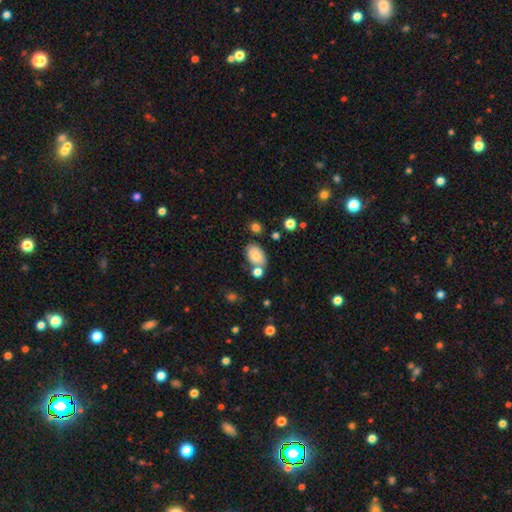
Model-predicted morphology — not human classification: type=smooth (80%); roundness=in between (89%); merging=none (64%).